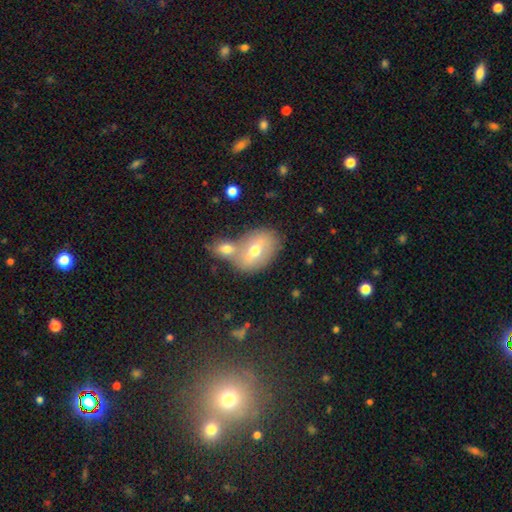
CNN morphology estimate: A featured or disk galaxy (41%). Merging: none (60%).